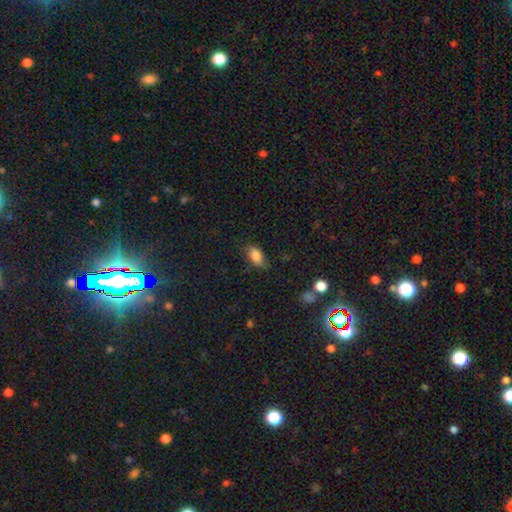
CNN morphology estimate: smooth 82%, star or artifact 10%, featured or disk 8%. Down the decision tree: how rounded — in between (89%); merging — none (62%).